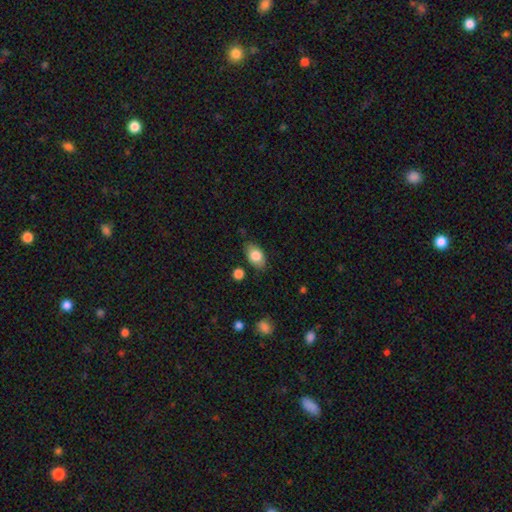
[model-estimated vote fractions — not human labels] Smooth or featured?
  - smooth: 80% *
  - featured or disk: 13%
  - star or artifact: 7%
How rounded?
  - in between: 88% *
  - round: 10%
  - cigar-shaped: 2%
Merging?
  - none: 79% *
  - minor disturbance: 15%
  - major disturbance: 3%
  - merger: 3%